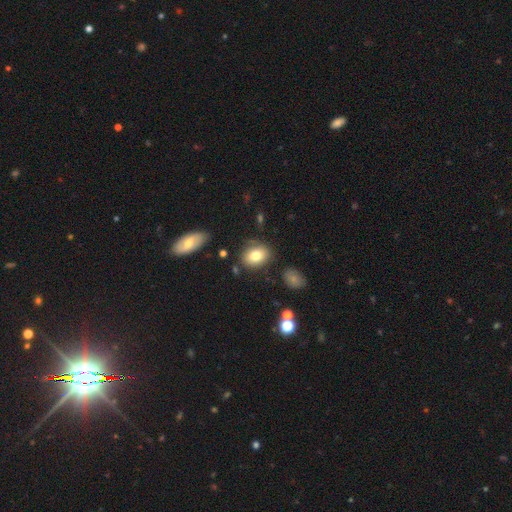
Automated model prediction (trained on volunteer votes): This is likely a smooth galaxy (79%). How rounded: likely in between (66%). Merging: likely none (76%).